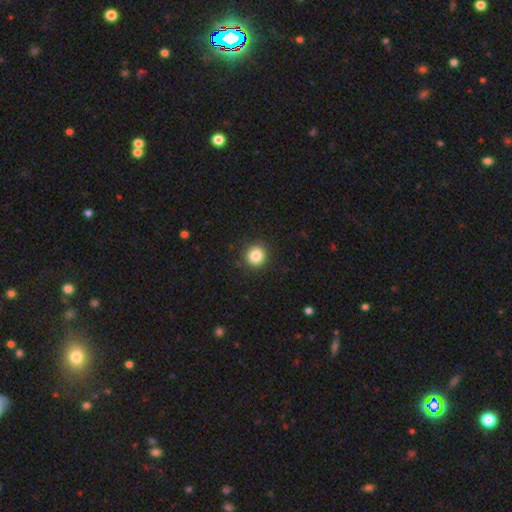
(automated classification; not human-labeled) Morphology: type=smooth (85%); roundness=round (92%); merging=none (91%).